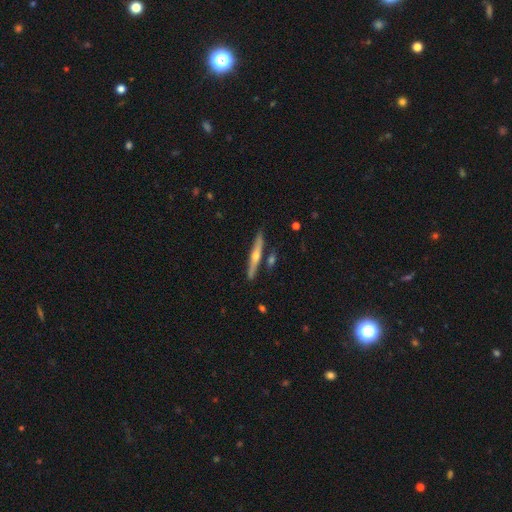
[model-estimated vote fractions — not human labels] Smooth or featured? featured or disk (61%)
Edge-on disk? yes (96%)
Edge-on bulge? rounded (88%)
Merging? none (84%)